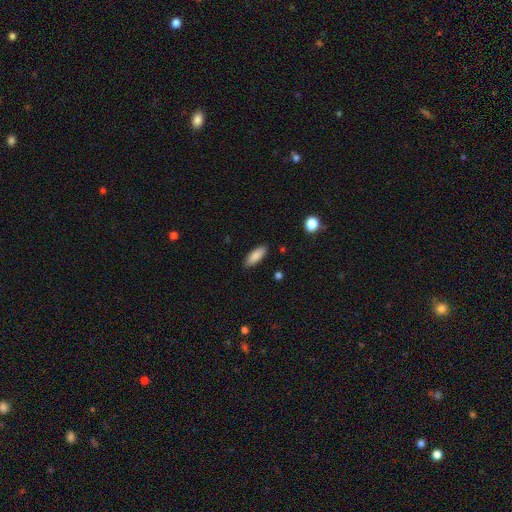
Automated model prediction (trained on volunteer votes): Q: Smooth or featured?
A: smooth (87%); runner-up: featured or disk (7%)
Q: How rounded?
A: in between (68%); runner-up: cigar-shaped (30%)
Q: Merging?
A: none (87%); runner-up: minor disturbance (10%)